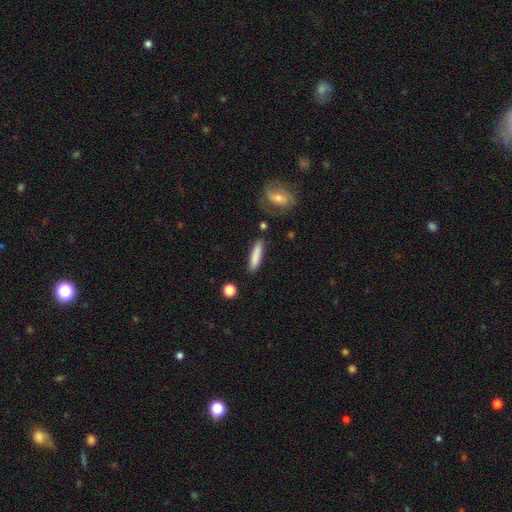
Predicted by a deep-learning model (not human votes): Smooth or featured?
  - smooth: 82% *
  - featured or disk: 12%
  - star or artifact: 6%
How rounded?
  - cigar-shaped: 82% *
  - in between: 16%
  - round: 2%
Merging?
  - none: 84% *
  - minor disturbance: 10%
  - merger: 3%
  - major disturbance: 3%